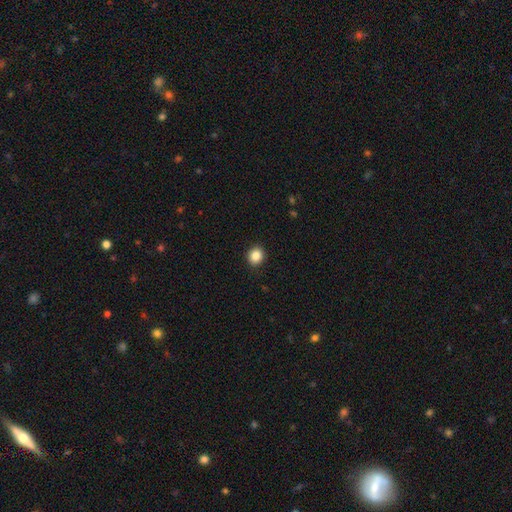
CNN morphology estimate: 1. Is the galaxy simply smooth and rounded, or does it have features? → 87% smooth, 10% star or artifact, 4% featured or disk.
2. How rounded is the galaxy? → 78% round, 21% in between, 1% cigar-shaped.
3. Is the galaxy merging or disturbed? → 91% none, 6% minor disturbance, 2% major disturbance, 1% merger.